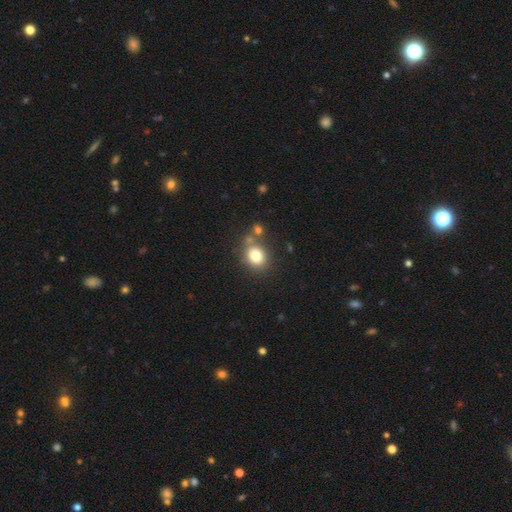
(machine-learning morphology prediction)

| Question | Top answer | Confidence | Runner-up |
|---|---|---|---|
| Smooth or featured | smooth | 80% | star or artifact (11%) |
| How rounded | round | 65% | in between (34%) |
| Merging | none | 67% | merger (16%) |